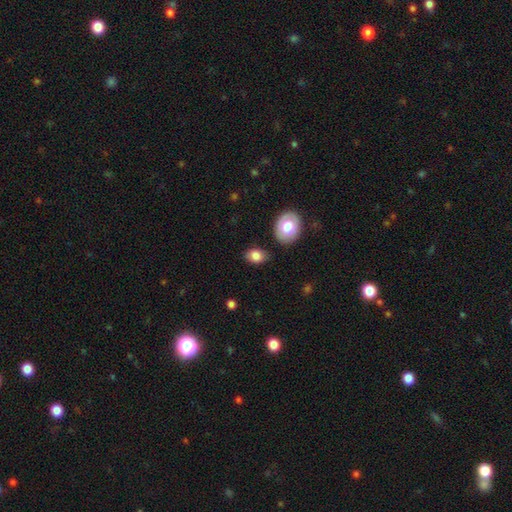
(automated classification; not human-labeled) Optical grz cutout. It shows a smooth galaxy with no disk features (81%) that is in between round and cigar-shaped (78%). Merging: none (78%).